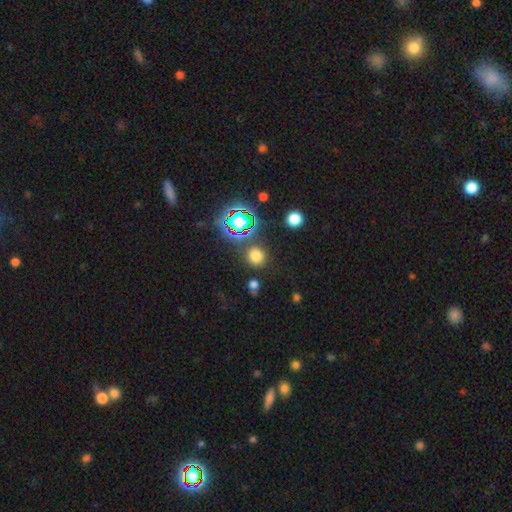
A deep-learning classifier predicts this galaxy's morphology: Q: Smooth or featured?
A: smooth (66%); runner-up: star or artifact (28%)
Q: How rounded?
A: round (89%); runner-up: in between (10%)
Q: Merging?
A: none (84%); runner-up: minor disturbance (8%)